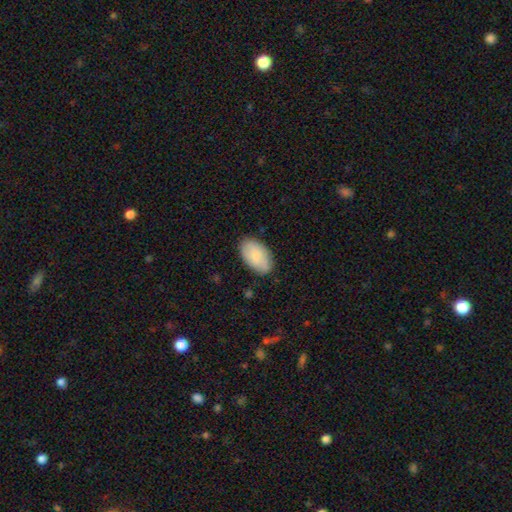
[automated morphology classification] Q: Smooth or featured?
A: smooth (83%); runner-up: featured or disk (11%)
Q: How rounded?
A: in between (94%); runner-up: round (5%)
Q: Merging?
A: none (84%); runner-up: minor disturbance (13%)